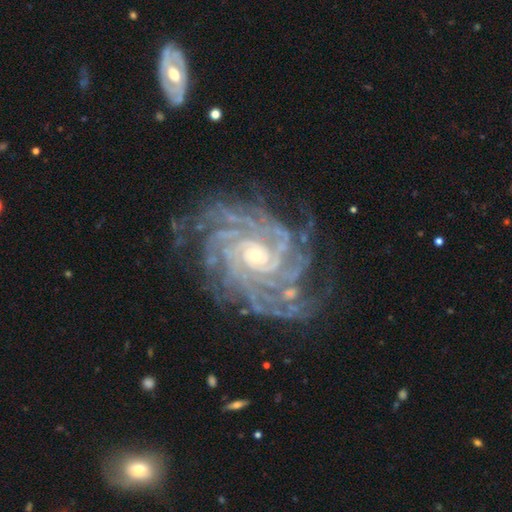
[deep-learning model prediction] featured or disk 93%, star or artifact 5%, smooth 3%. Down the decision tree: edge-on disk — no (98%); bar — no (64%); spiral arms — yes (99%); spiral arm count — more than 4 (34%); spiral winding — tight (79%); bulge size — small (67%); merging — none (76%).